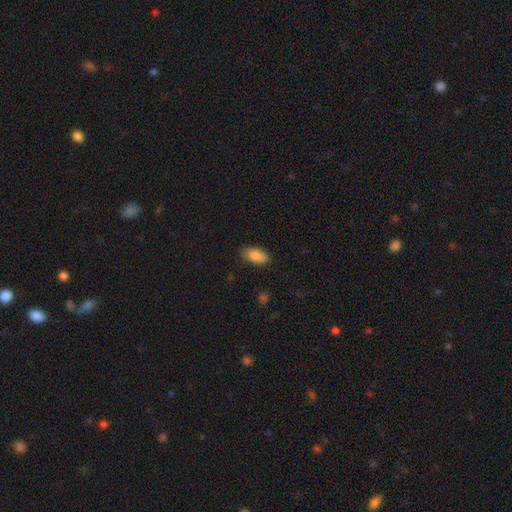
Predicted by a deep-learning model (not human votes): Q: Smooth or featured?
A: smooth (86%); runner-up: featured or disk (7%)
Q: How rounded?
A: in between (91%); runner-up: cigar-shaped (6%)
Q: Merging?
A: none (85%); runner-up: minor disturbance (12%)